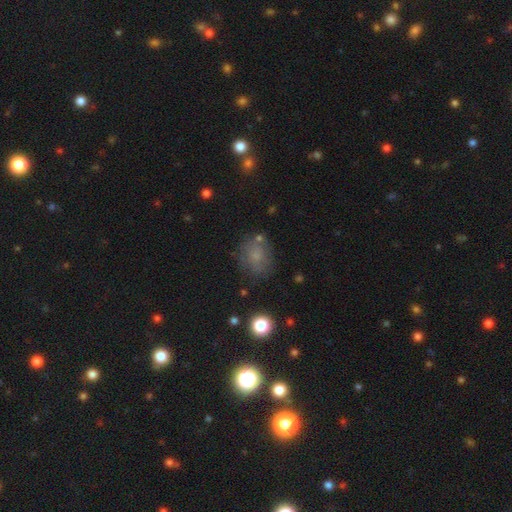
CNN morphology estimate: smooth-or-featured: smooth: 70% | featured or disk: 17% | star or artifact: 14%
  how-rounded: round: 57% | in between: 42% | cigar-shaped: 1%
  merging: none: 69% | minor disturbance: 19% | major disturbance: 8% | merger: 5%